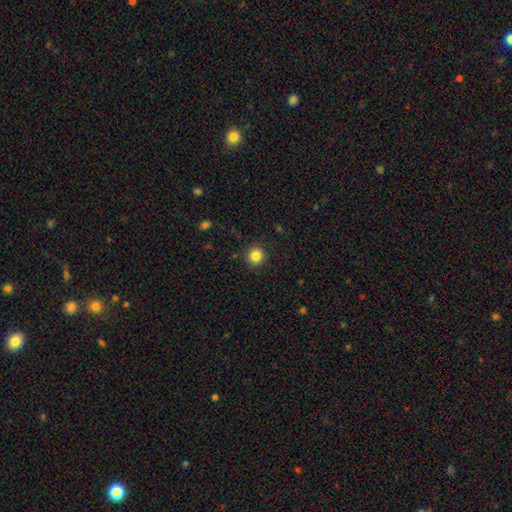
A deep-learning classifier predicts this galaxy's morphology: The model was most divided on "smooth or featured": smooth: 84%, star or artifact: 11%, featured or disk: 5%. More confident: how rounded — round (92%); merging — none (91%).